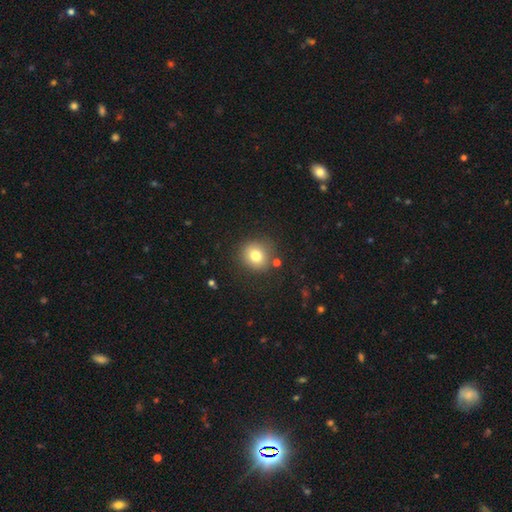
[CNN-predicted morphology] smooth_or_featured: smooth (p=0.78) [alt: star or artifact p=0.12]
how_rounded: round (p=0.85) [alt: in between p=0.14]
merging: none (p=0.83) [alt: minor disturbance p=0.10]